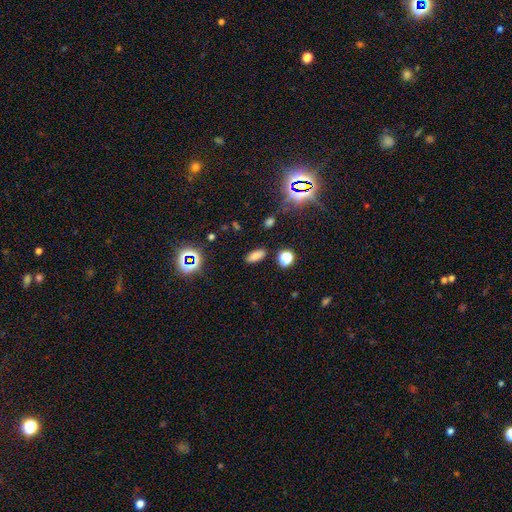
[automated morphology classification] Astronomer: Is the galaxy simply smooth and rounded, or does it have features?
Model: smooth — 72%.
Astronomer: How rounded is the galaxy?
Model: in between — 81%.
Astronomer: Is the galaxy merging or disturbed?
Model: none — 86%.